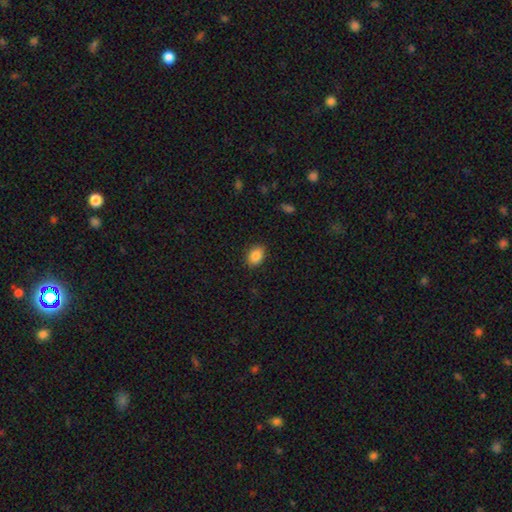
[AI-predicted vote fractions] Smooth or featured?
  - smooth: 87% *
  - star or artifact: 8%
  - featured or disk: 5%
How rounded?
  - in between: 75% *
  - round: 24%
  - cigar-shaped: 1%
Merging?
  - none: 87% *
  - minor disturbance: 9%
  - major disturbance: 2%
  - merger: 1%